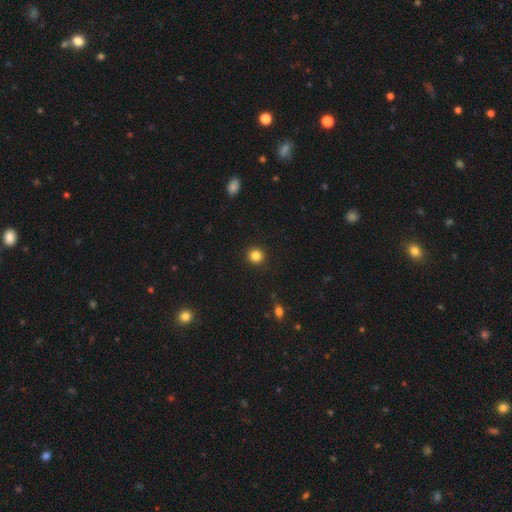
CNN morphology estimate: This is clearly a smooth galaxy (84%). How rounded: clearly round (92%). Merging: clearly none (93%).